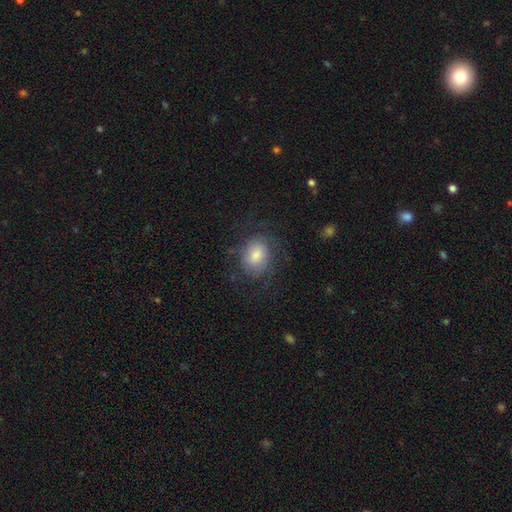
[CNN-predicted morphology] This appears to be a smooth galaxy with no disk features (62%) that is in between round and cigar-shaped (61%). Merging: none (65%).